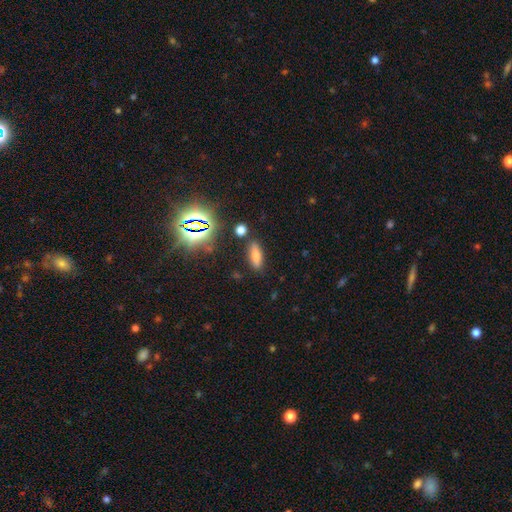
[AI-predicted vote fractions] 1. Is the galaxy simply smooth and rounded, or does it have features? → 68% smooth, 18% star or artifact, 13% featured or disk.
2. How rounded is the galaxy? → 59% in between, 36% cigar-shaped, 5% round.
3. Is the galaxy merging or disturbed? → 84% none, 9% minor disturbance, 4% merger, 3% major disturbance.